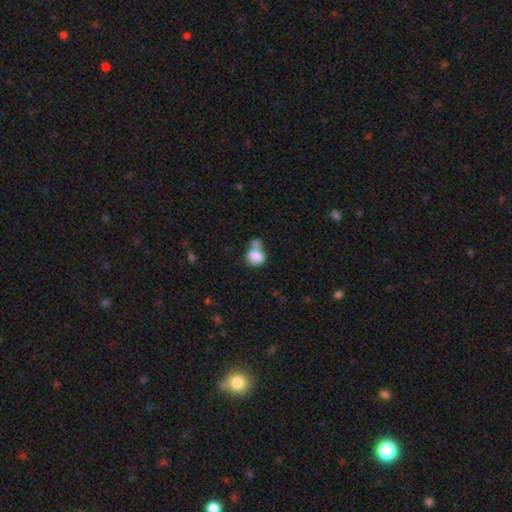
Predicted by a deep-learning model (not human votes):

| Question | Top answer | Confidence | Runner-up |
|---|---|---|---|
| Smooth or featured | smooth | 81% | featured or disk (10%) |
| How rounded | in between | 54% | round (44%) |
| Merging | merger | 49% | none (24%) |